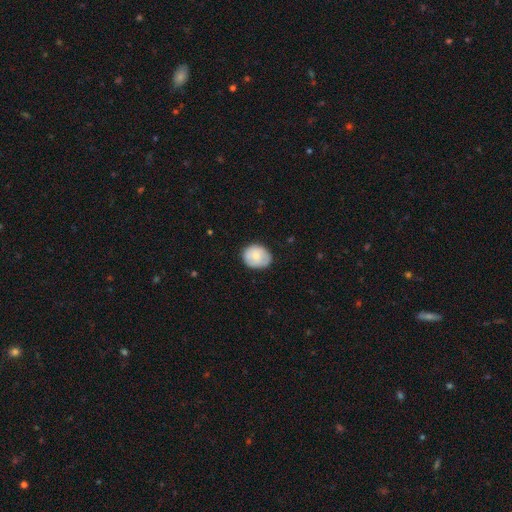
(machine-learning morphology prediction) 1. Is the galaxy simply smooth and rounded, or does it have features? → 73% smooth, 20% featured or disk, 7% star or artifact.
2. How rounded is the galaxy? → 55% round, 44% in between, 1% cigar-shaped.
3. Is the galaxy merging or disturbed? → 76% none, 19% minor disturbance, 4% major disturbance, 1% merger.